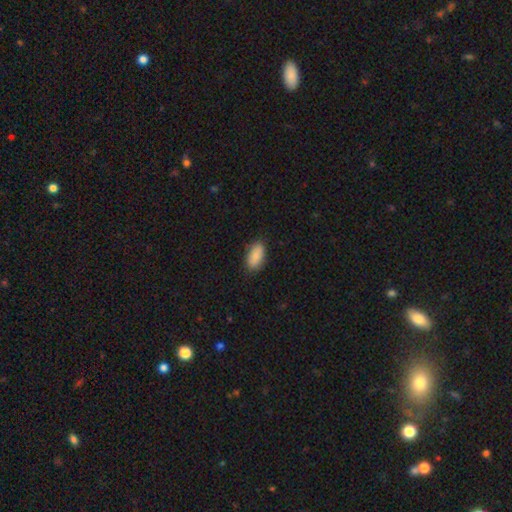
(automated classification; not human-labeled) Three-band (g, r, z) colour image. It shows a smooth galaxy with no disk features (89%) that is in between round and cigar-shaped (93%). Merging: none (83%).